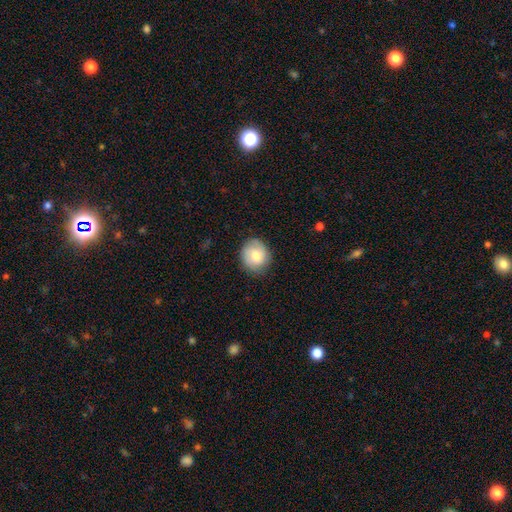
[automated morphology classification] The model was most divided on "smooth or featured": smooth: 73%, featured or disk: 20%, star or artifact: 7%. More confident: merging — none (82%); how rounded — round (77%).